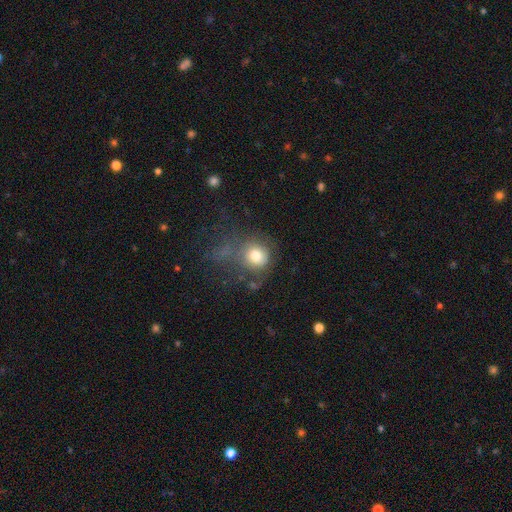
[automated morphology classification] Smooth or featured: smooth — 75% (featured or disk — 13%)
How rounded: round — 86% (in between — 13%)
Merging: none — 45% (major disturbance — 27%)